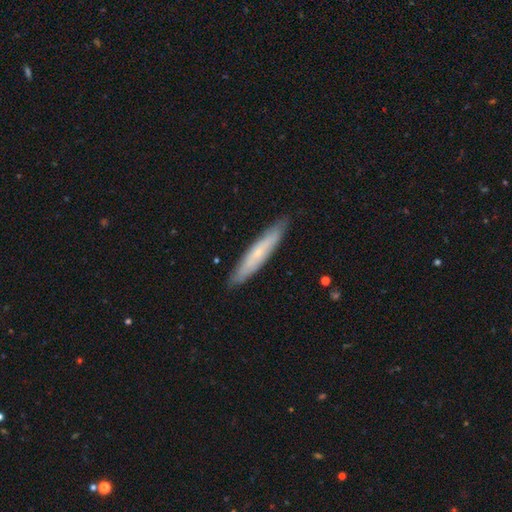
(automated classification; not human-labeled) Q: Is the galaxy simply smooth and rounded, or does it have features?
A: smooth — 50%.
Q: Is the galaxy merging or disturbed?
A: none — 89%.